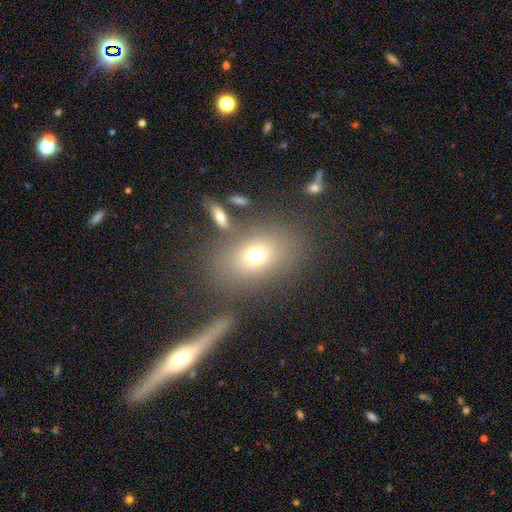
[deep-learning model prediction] The model was most divided on "how rounded": in between: 65%, round: 33%, cigar-shaped: 2%. More confident: merging — none (70%); smooth or featured — smooth (69%).